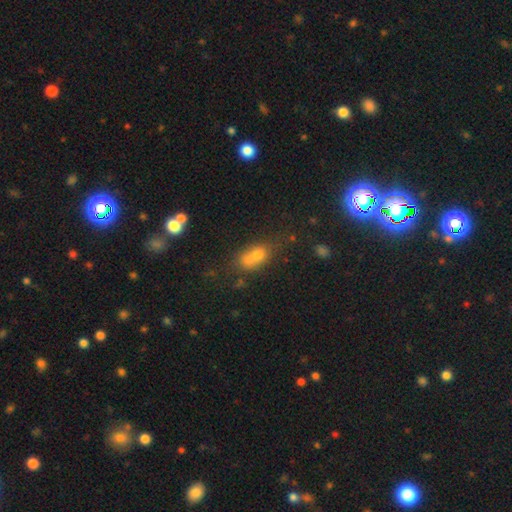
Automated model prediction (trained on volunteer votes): smooth-or-featured: smooth: 62% | star or artifact: 20% | featured or disk: 18%
  how-rounded: in between: 64% | round: 26% | cigar-shaped: 10%
  merging: merger: 40% | none: 35% | minor disturbance: 15% | major disturbance: 9%